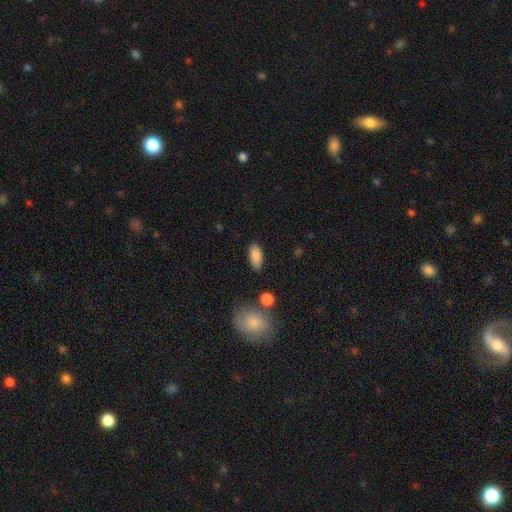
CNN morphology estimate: Smooth or featured? Predicted: smooth (p=0.88). How rounded? Predicted: in between (p=0.90). Merging? Predicted: none (p=0.83).